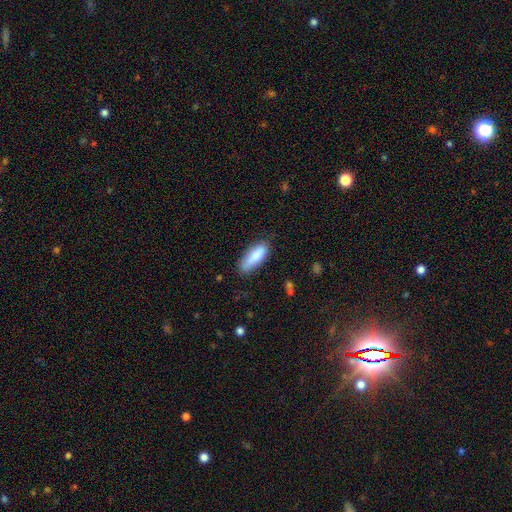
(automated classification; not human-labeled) smooth 84%, featured or disk 9%, star or artifact 6%. Down the decision tree: how rounded — in between (56%); merging — none (71%).